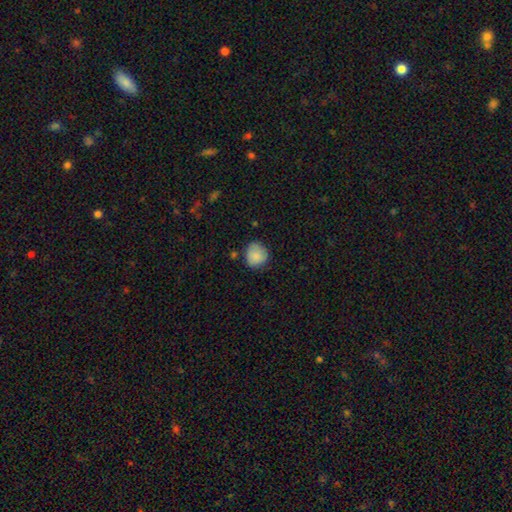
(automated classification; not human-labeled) Overall: smooth (86%). How rounded: round (86%). Merging: none (73%).